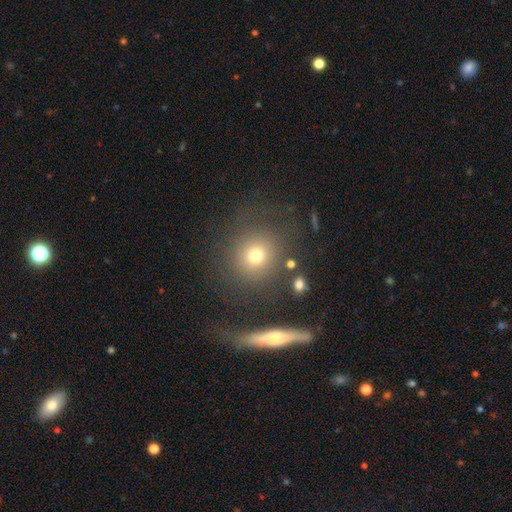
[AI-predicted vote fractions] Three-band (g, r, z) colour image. It shows a smooth galaxy with no disk features (72%) that is round (87%). Merging: none (79%).